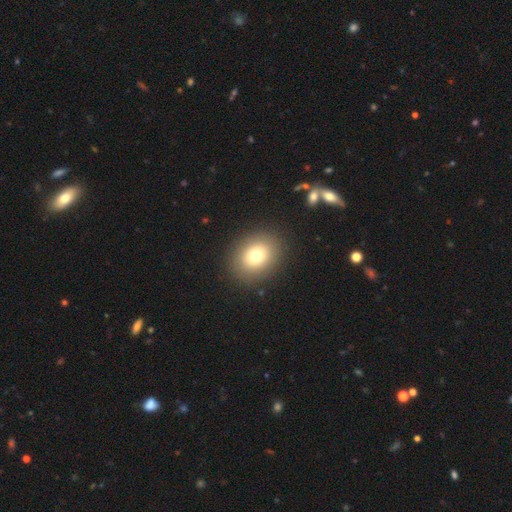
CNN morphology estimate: A smooth galaxy with no disk features (75%) that is round (51%).

Vote fractions:
- Smooth or featured? smooth: 75% / featured or disk: 13% / star or artifact: 12%
- How rounded? round: 51% / in between: 48% / cigar-shaped: 1%
- Merging? none: 88% / minor disturbance: 8% / major disturbance: 3% / merger: 1%